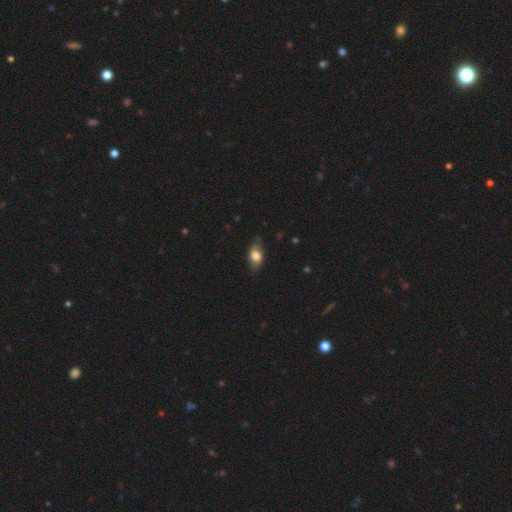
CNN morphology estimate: The model was most divided on "smooth or featured": smooth: 71%, featured or disk: 22%, star or artifact: 7%. More confident: how rounded — in between (85%); merging — none (74%).